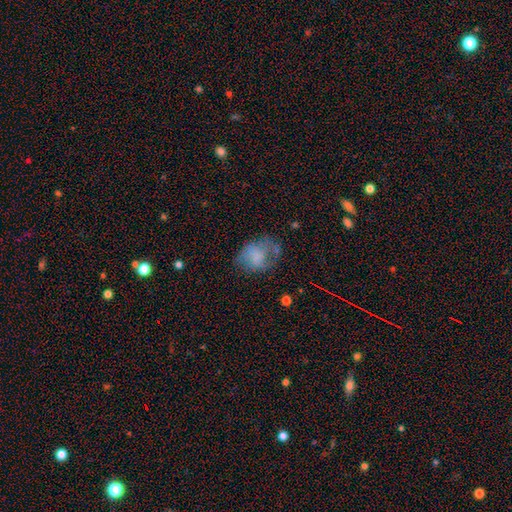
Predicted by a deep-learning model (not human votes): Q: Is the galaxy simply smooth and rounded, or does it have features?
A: smooth — 56%.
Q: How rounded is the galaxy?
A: in between — 62%.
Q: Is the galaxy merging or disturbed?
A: none — 43%.